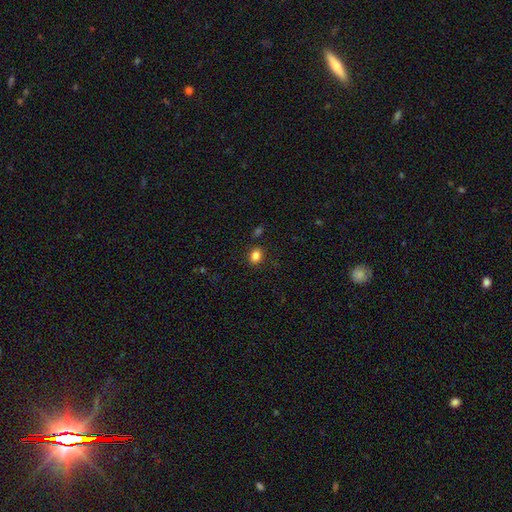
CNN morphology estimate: Smooth or featured: smooth — 84% (star or artifact — 11%)
How rounded: in between — 61% (round — 38%)
Merging: none — 85% (minor disturbance — 9%)